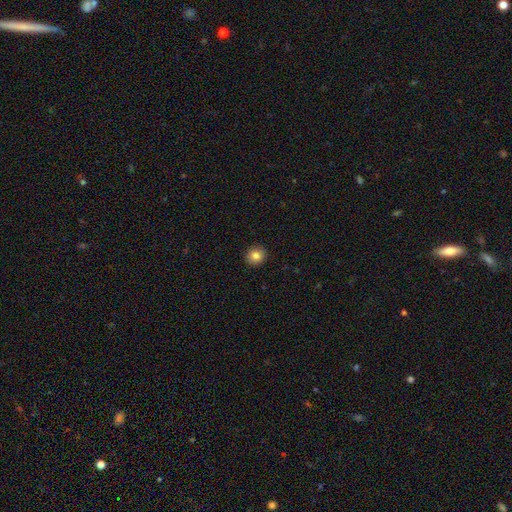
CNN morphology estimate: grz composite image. It shows a smooth galaxy with no disk features (83%) that is round (87%). Merging: none (93%).